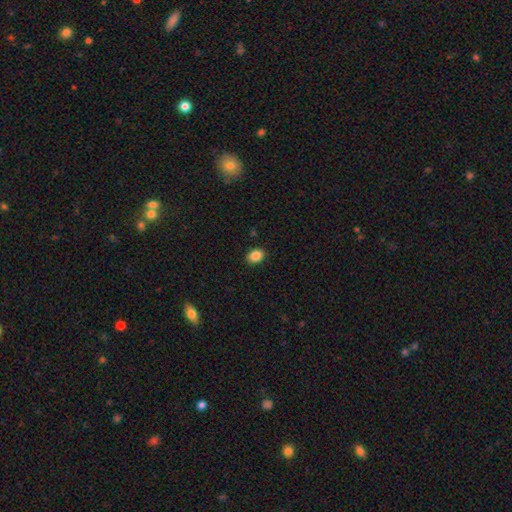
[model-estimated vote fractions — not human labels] A smooth galaxy with no disk features (87%) that is in between round and cigar-shaped (63%). Merging: none (90%).